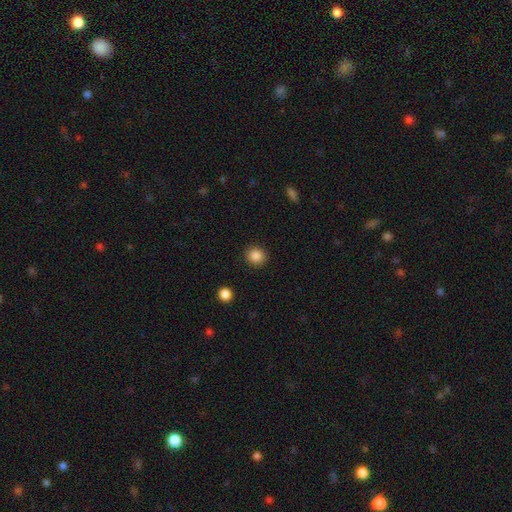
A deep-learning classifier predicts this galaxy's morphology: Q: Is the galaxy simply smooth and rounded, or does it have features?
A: smooth — 86%.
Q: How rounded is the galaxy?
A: round — 90%.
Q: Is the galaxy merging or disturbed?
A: none — 91%.